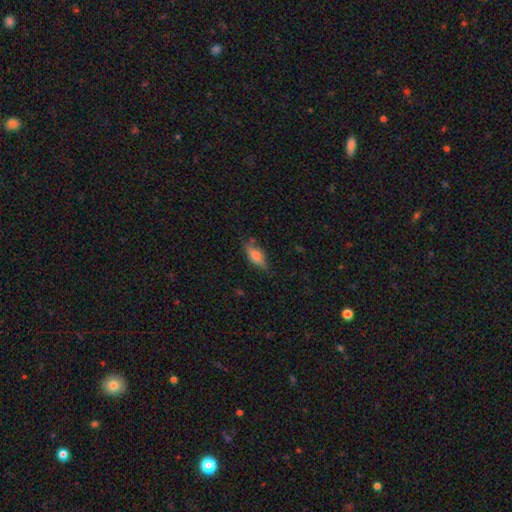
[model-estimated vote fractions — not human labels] Q: Smooth or featured?
A: smooth (60%); runner-up: featured or disk (31%)
Q: How rounded?
A: in between (64%); runner-up: cigar-shaped (32%)
Q: Merging?
A: none (76%); runner-up: minor disturbance (17%)